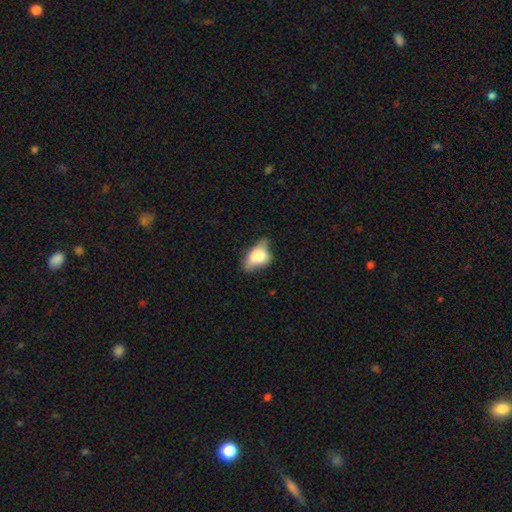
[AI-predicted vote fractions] smooth-or-featured: smooth: 65% | featured or disk: 26% | star or artifact: 9%
  how-rounded: in between: 85% | round: 10% | cigar-shaped: 4%
  merging: none: 32% | minor disturbance: 28% | merger: 24% | major disturbance: 16%